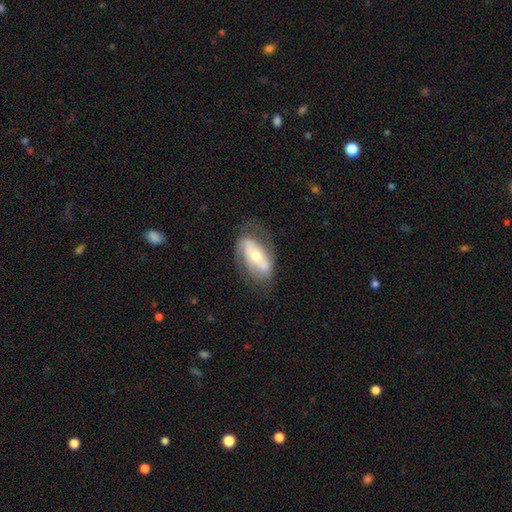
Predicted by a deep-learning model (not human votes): Overall: featured or disk (62%; smooth 32%). Edge-on disk: no (89%). Bar: no (50%; weak 25%). Spiral arms: yes (66%; no 34%). Bulge size: moderate (62%; small 30%). Merging: none (58%; minor disturbance 24%).